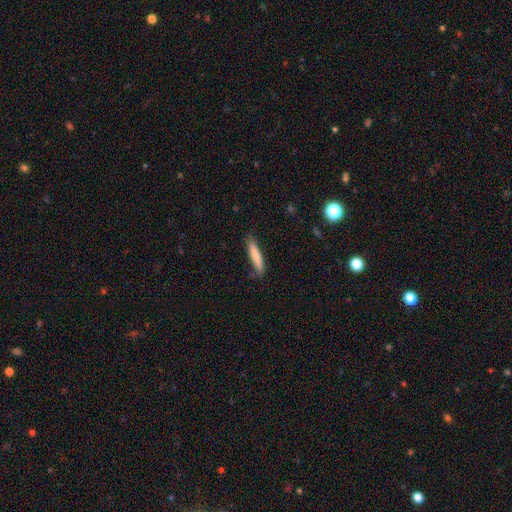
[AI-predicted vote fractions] A smooth galaxy with no disk features (76%) that is cigar-shaped (88%).

Vote fractions:
- Smooth or featured? smooth: 76% / featured or disk: 18% / star or artifact: 6%
- How rounded? cigar-shaped: 88% / in between: 10% / round: 1%
- Merging? none: 76% / minor disturbance: 19% / major disturbance: 3% / merger: 2%